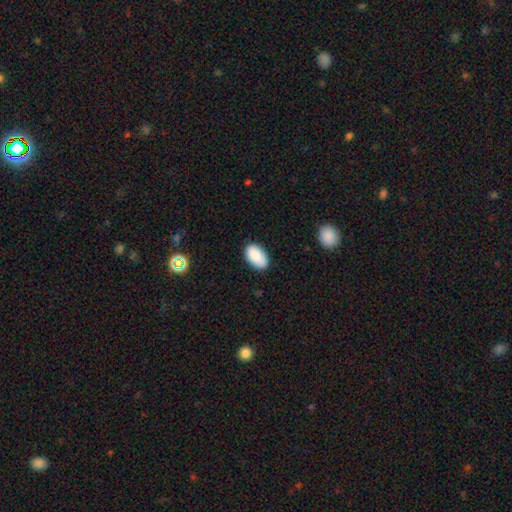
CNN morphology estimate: This appears to be a smooth galaxy with no disk features (89%) that is in between round and cigar-shaped (95%). Merging: none (84%).